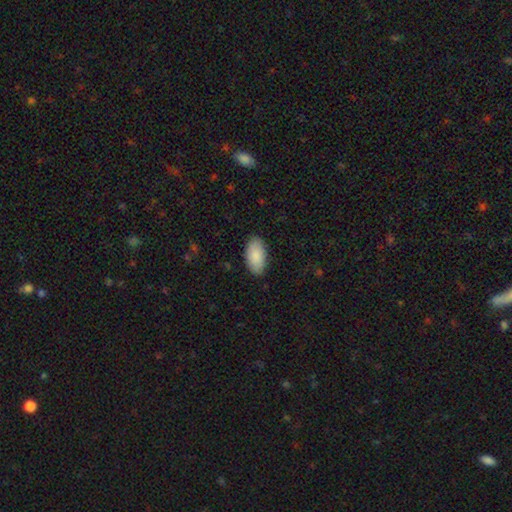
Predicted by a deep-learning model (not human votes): smooth 88%, featured or disk 6%, star or artifact 6%. Down the decision tree: how rounded — in between (95%); merging — none (87%).